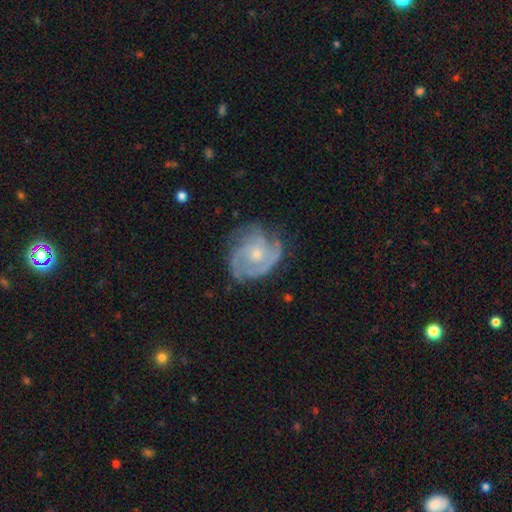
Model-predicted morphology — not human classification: The model was most divided on "spiral winding": tight: 49%, medium: 40%, loose: 11%. Remaining: edge-on disk — no (98%); spiral arms — yes (92%); smooth or featured — featured or disk (82%); bar — no (74%); merging — none (63%); bulge size — small (54%); spiral arm count — 3 (37%).